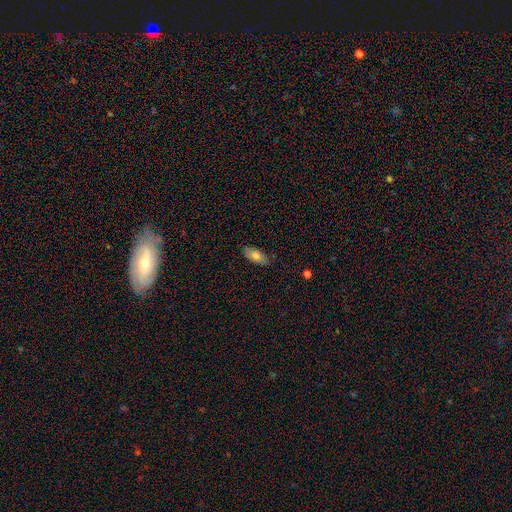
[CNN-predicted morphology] This is likely a smooth galaxy (74%). How rounded: clearly in between (89%). Merging: clearly none (82%).